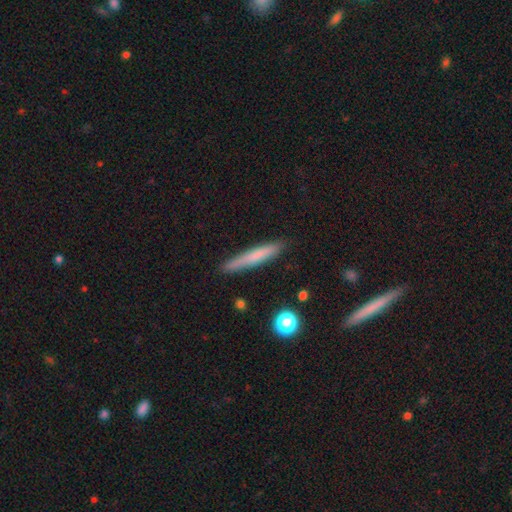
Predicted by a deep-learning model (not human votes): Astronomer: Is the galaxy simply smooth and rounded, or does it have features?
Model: smooth — 68%.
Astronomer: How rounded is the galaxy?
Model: cigar-shaped — 94%.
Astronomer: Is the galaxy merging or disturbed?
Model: none — 88%.